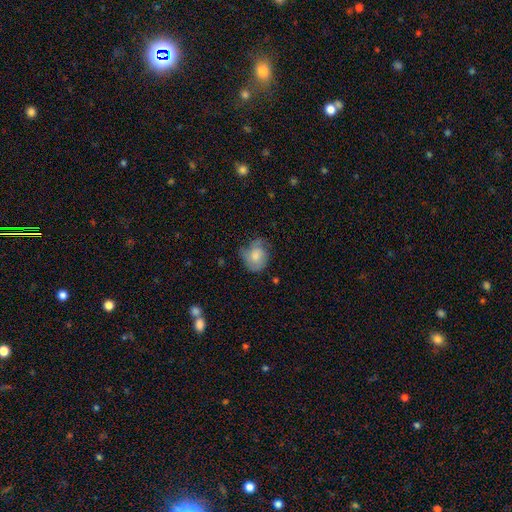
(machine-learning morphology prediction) Smooth or featured? smooth (62%)
How rounded? round (61%)
Merging? none (52%)